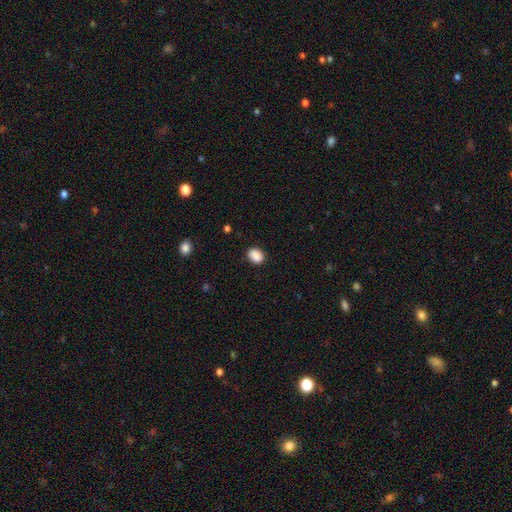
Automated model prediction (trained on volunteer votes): Morphology: type=smooth (88%); roundness=in between (54%); merging=none (84%).